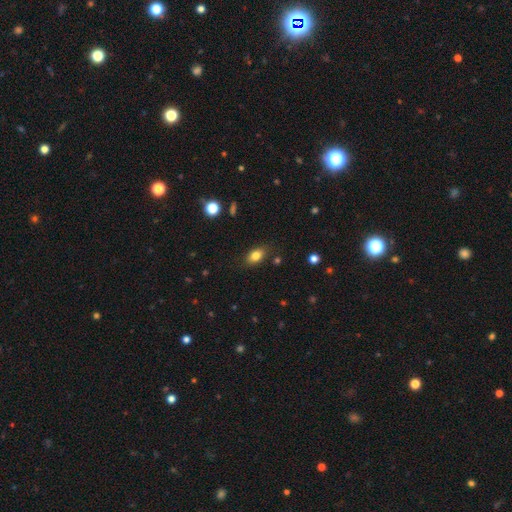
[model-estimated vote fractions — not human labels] Smooth or featured? Predicted: smooth (p=0.82). How rounded? Predicted: in between (p=0.83). Merging? Predicted: none (p=0.83).